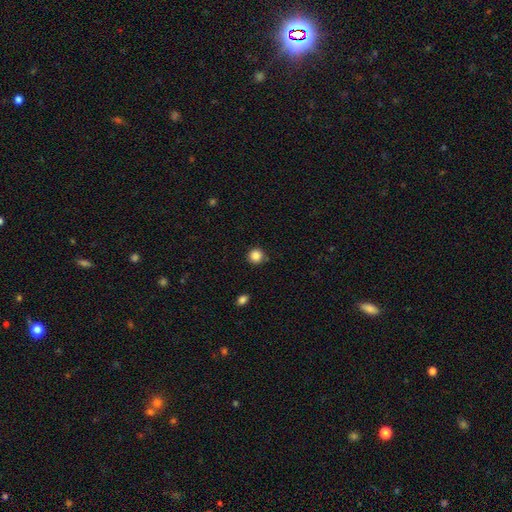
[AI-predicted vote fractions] Smooth or featured: smooth — 85% (star or artifact — 11%)
How rounded: round — 93% (in between — 6%)
Merging: none — 86% (minor disturbance — 9%)